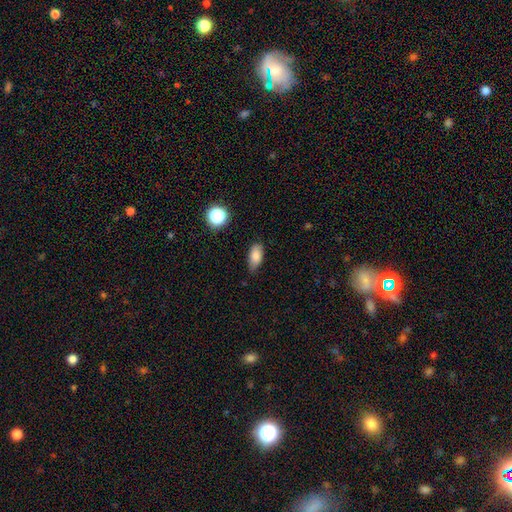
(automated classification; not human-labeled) smooth-or-featured: smooth: 83% | star or artifact: 9% | featured or disk: 8%
  how-rounded: in between: 86% | cigar-shaped: 8% | round: 6%
  merging: none: 70% | minor disturbance: 24% | major disturbance: 4% | merger: 2%